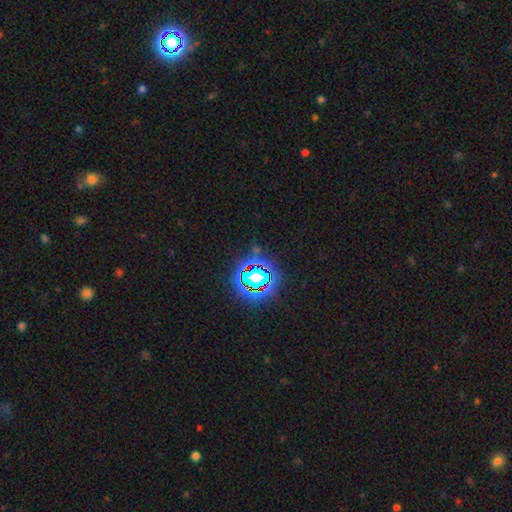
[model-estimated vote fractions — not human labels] Smooth or featured? Predicted: star or artifact (p=0.79).